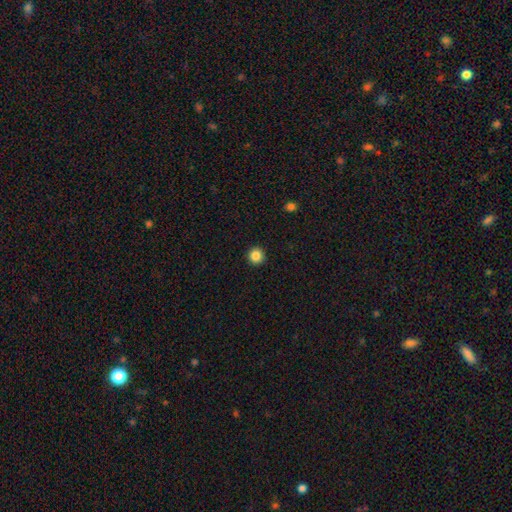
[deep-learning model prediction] Smooth or featured?
  - smooth: 86% *
  - star or artifact: 11%
  - featured or disk: 4%
How rounded?
  - round: 96% *
  - in between: 3%
  - cigar-shaped: 1%
Merging?
  - none: 93% *
  - minor disturbance: 4%
  - major disturbance: 1%
  - merger: 1%